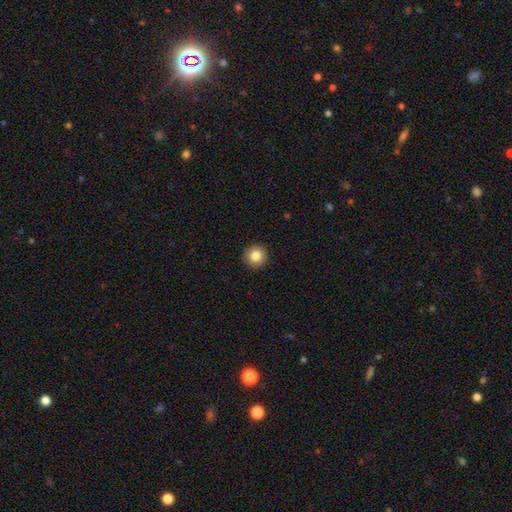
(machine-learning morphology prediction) This appears to be a smooth galaxy with no disk features (83%) that is round (95%). Merging: none (93%).